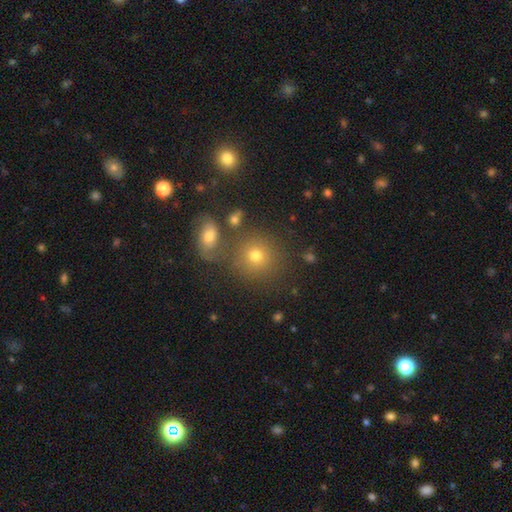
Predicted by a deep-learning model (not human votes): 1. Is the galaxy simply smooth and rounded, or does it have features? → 71% smooth, 16% star or artifact, 14% featured or disk.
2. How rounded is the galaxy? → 85% round, 13% in between, 1% cigar-shaped.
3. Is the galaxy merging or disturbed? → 68% none, 17% merger, 10% minor disturbance, 5% major disturbance.